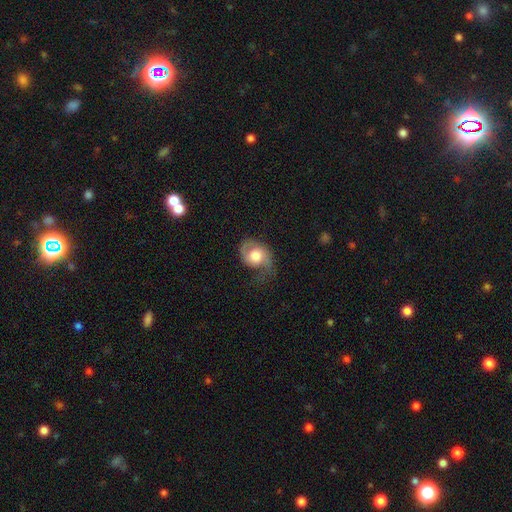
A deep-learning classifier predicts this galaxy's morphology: The model was most divided on "bulge size": large: 45%, moderate: 38%, dominant: 8%, small: 7%, none: 3%. Remaining: edge-on disk — no (97%); spiral arms — yes (87%); bar — no (74%); smooth or featured — featured or disk (58%); merging — none (41%).